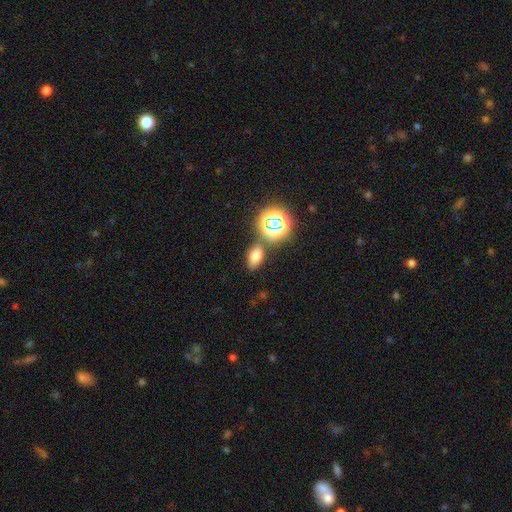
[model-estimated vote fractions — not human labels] Morphology: type=smooth (67%); roundness=in between (83%); merging=none (78%).